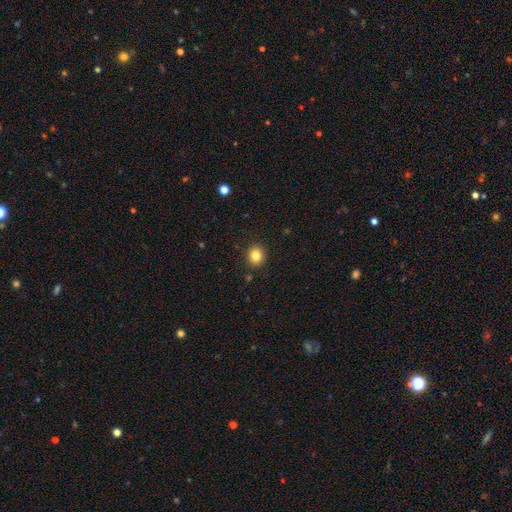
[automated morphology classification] The model was most divided on "how rounded": round: 78%, in between: 21%, cigar-shaped: 1%. More confident: merging — none (90%); smooth or featured — smooth (83%).